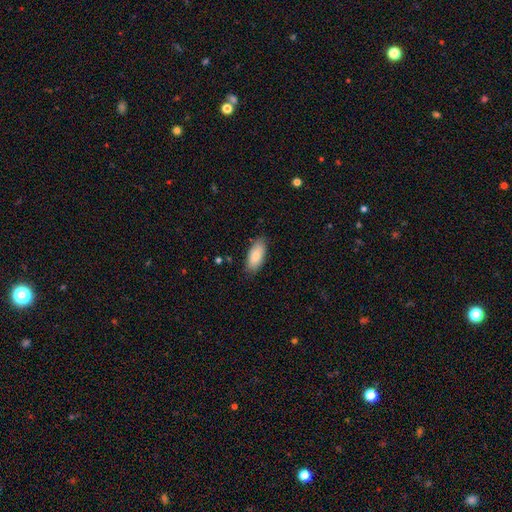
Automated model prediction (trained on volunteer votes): Overall: smooth (84%). How rounded: in between (89%). Merging: none (84%).